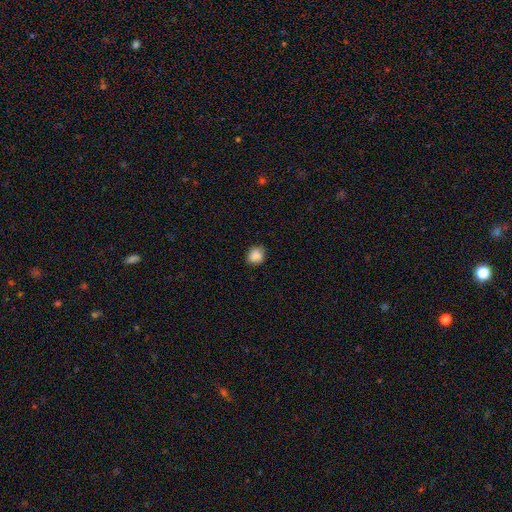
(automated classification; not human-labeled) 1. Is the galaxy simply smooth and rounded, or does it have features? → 87% smooth, 9% star or artifact, 4% featured or disk.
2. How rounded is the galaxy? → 74% round, 25% in between, 1% cigar-shaped.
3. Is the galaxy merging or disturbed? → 80% none, 16% minor disturbance, 3% major disturbance, 1% merger.